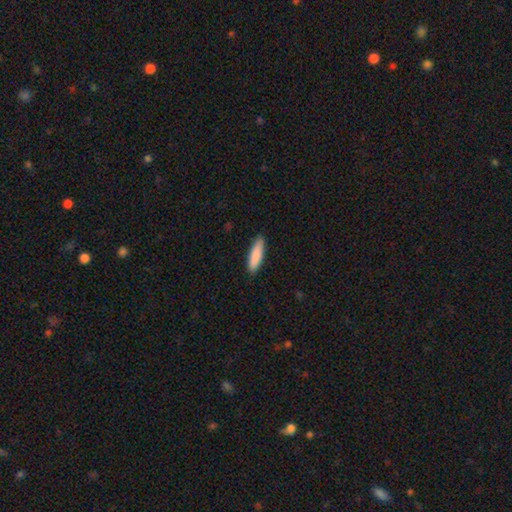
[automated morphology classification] smooth-or-featured: smooth: 87% | featured or disk: 8% | star or artifact: 5%
  how-rounded: cigar-shaped: 68% | in between: 30% | round: 1%
  merging: none: 88% | minor disturbance: 9% | major disturbance: 2% | merger: 1%